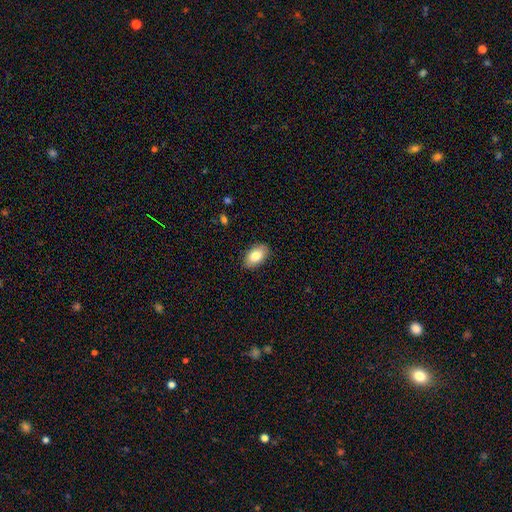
A smooth galaxy with no disk features (87%) that is in between round and cigar-shaped (79%).

Vote fractions:
- Smooth or featured? smooth: 87% / featured or disk: 10% / star or artifact: 3%
- How rounded? in between: 79% / round: 21% / cigar-shaped: 0%
- Merging? none: 95% / minor disturbance: 5% / major disturbance: 0% / merger: 0%